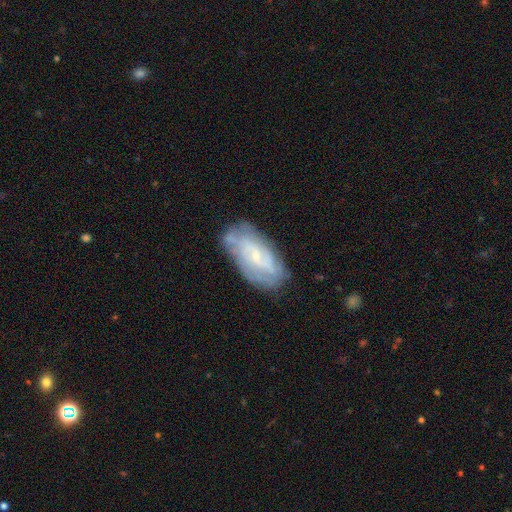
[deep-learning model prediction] Morphology: type=featured or disk (69%); edge-on=no (93%); bar=no (51%); spiral arms=yes (82%); winding=tight (48%); arm count=can't tell (45%); bulge=small (72%); merging=none (68%).